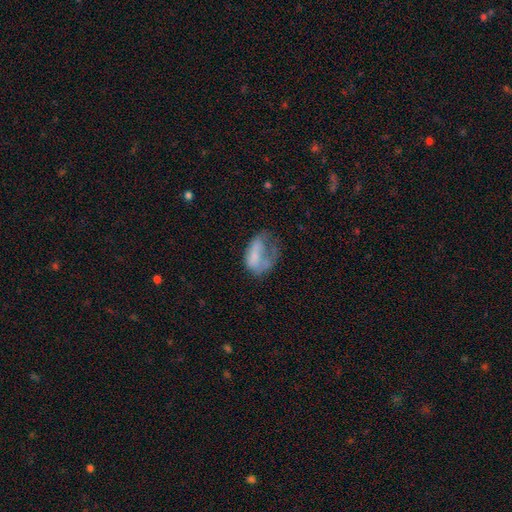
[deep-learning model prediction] This appears to be a smooth galaxy with no disk features (56%) that is in between round and cigar-shaped (84%). Merging: major disturbance (50%).